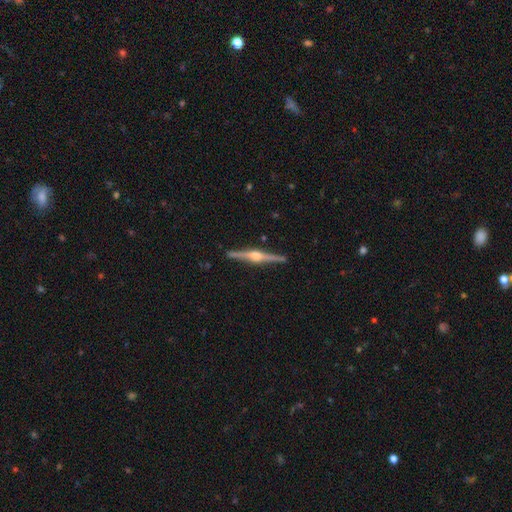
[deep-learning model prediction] This is clearly a featured or disk galaxy (88%). It is clearly viewed edge-on (99%). Edge-on bulge: clearly rounded (91%). Merging: clearly none (92%).